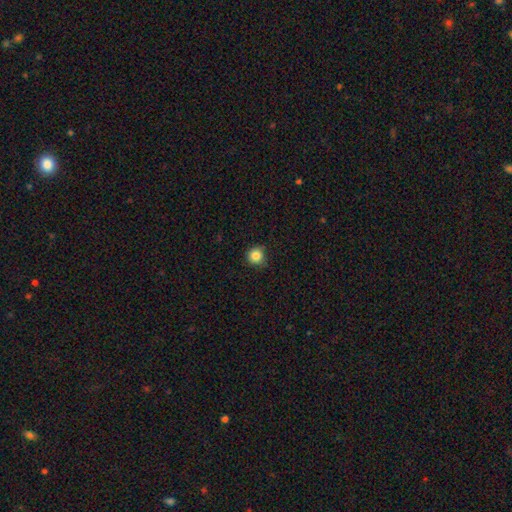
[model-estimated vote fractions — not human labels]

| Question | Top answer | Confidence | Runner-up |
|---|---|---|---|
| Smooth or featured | smooth | 85% | star or artifact (11%) |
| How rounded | round | 94% | in between (5%) |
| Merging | none | 84% | minor disturbance (12%) |